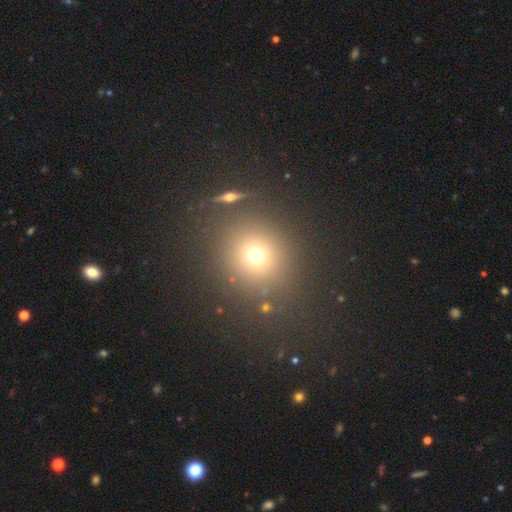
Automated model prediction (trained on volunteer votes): Morphology: type=smooth (68%); roundness=round (88%); merging=none (83%).